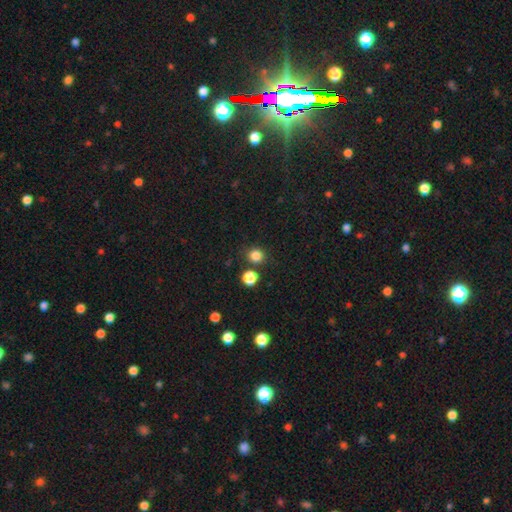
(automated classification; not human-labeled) Smooth or featured? Predicted: smooth (p=0.82). How rounded? Predicted: round (p=0.86). Merging? Predicted: none (p=0.81).